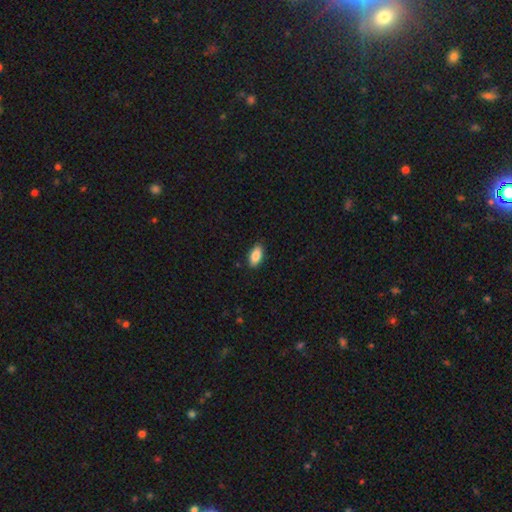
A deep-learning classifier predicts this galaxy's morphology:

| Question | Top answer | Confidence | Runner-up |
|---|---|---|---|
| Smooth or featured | smooth | 87% | star or artifact (7%) |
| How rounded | in between | 90% | cigar-shaped (7%) |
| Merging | none | 88% | minor disturbance (9%) |